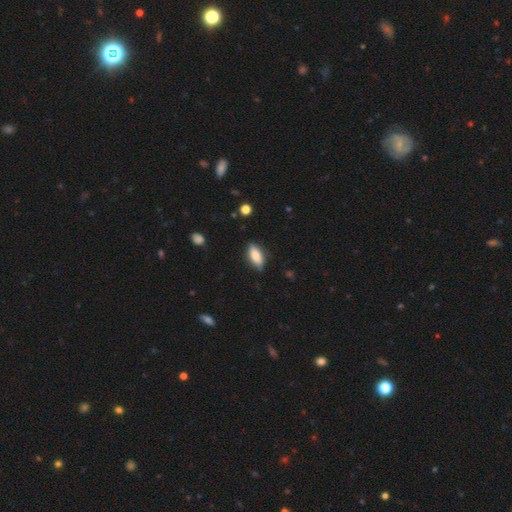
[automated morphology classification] type=smooth (80%); roundness=in between (83%); merging=none (82%).